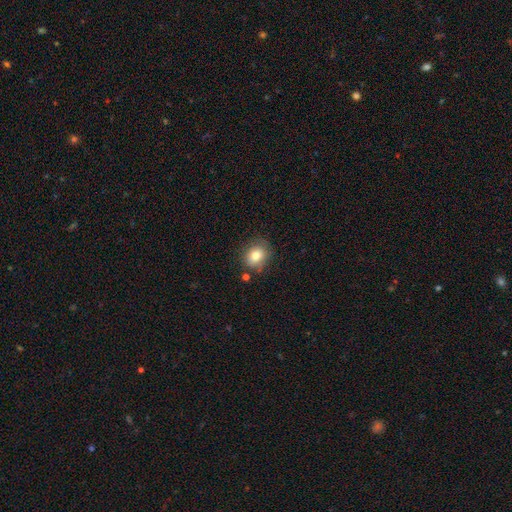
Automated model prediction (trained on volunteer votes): Smooth or featured? smooth (80%)
How rounded? round (66%)
Merging? none (77%)